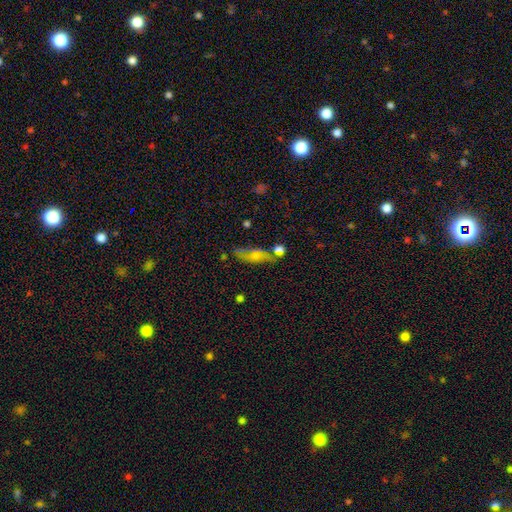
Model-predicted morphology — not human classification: This is possibly a smooth galaxy (60%). How rounded: likely in between (67%). Merging: likely none (61%).